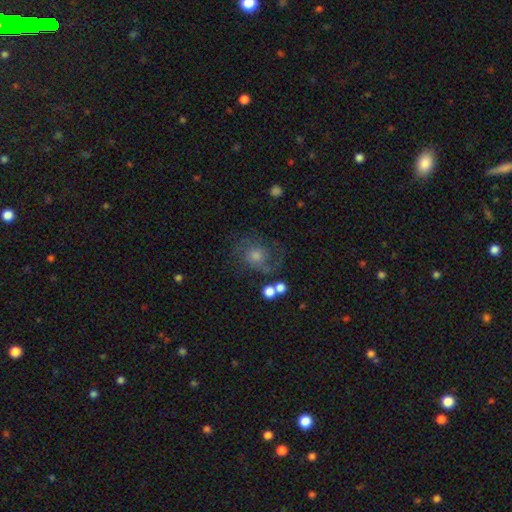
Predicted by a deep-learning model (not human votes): Smooth or featured? Predicted: featured or disk (p=0.63). Edge-on disk? Predicted: no (p=0.97). Bar? Predicted: no (p=0.76). Spiral arms? Predicted: yes (p=0.89). Spiral winding? Predicted: medium (p=0.49). Spiral arm count? Predicted: 2 (p=0.66). Bulge size? Predicted: moderate (p=0.50). Merging? Predicted: none (p=0.67).